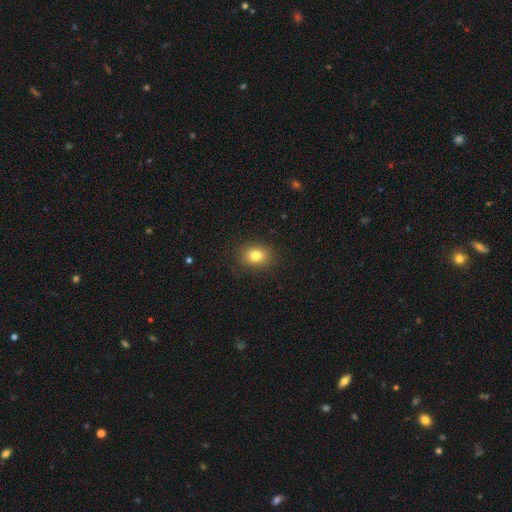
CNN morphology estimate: This is clearly a smooth galaxy (81%). How rounded: possibly round (52%). Merging: clearly none (88%).